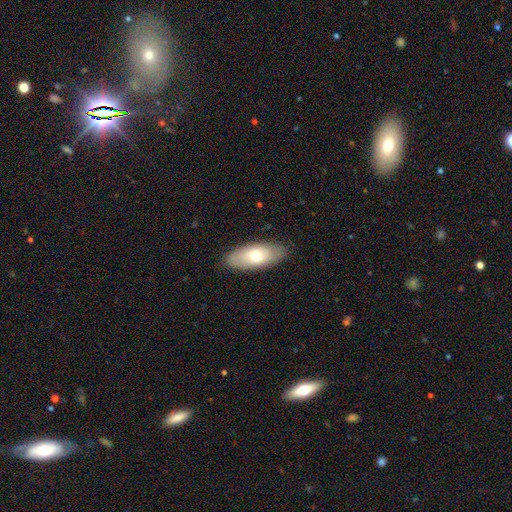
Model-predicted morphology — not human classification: smooth-or-featured: smooth: 66% | featured or disk: 28% | star or artifact: 6%
  how-rounded: in between: 83% | cigar-shaped: 14% | round: 3%
  merging: none: 86% | minor disturbance: 11% | major disturbance: 2% | merger: 1%